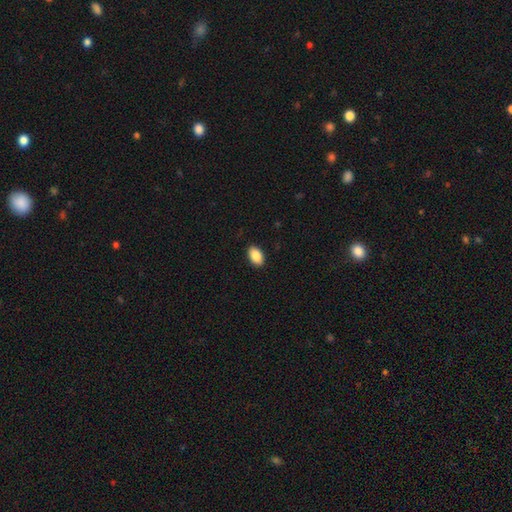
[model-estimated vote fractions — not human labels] Overall: smooth (89%). How rounded: in between (92%). Merging: none (90%).